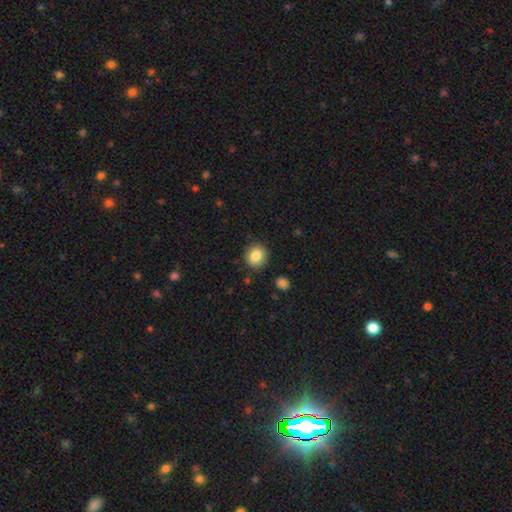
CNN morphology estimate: Smooth or featured? Predicted: smooth (p=0.84). How rounded? Predicted: round (p=0.73). Merging? Predicted: none (p=0.86).